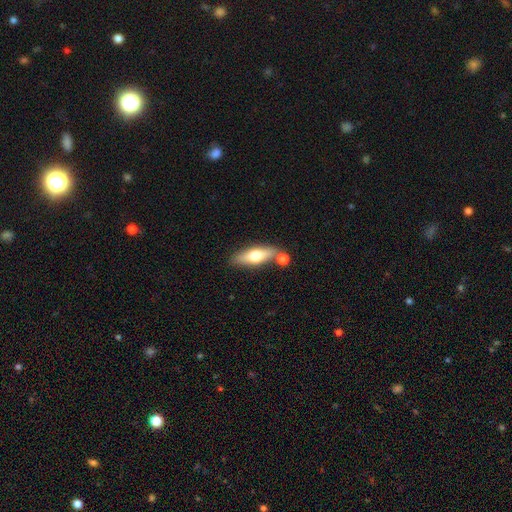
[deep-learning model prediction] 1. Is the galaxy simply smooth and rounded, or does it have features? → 55% smooth, 39% featured or disk, 6% star or artifact.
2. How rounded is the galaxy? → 50% cigar-shaped, 47% in between, 3% round.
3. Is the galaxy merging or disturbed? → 67% none, 18% merger, 12% minor disturbance, 3% major disturbance.